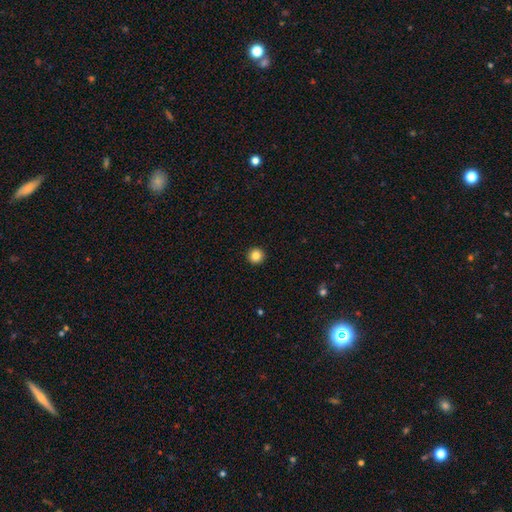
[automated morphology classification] Smooth or featured? smooth (85%)
How rounded? round (96%)
Merging? none (94%)